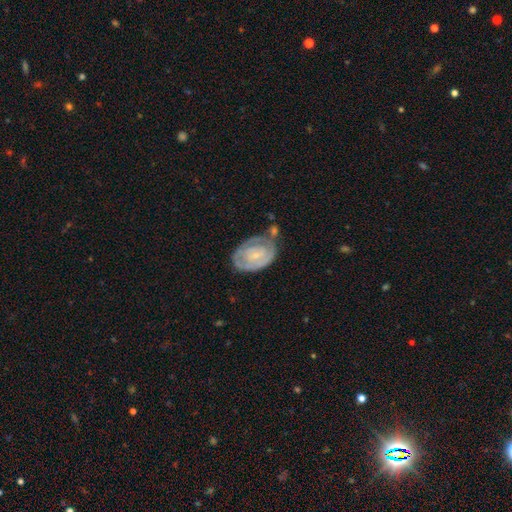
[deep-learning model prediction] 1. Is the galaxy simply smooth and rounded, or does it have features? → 73% featured or disk, 21% smooth, 6% star or artifact.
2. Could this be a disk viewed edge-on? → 97% no, 3% yes.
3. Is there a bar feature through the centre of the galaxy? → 64% no, 30% weak, 7% strong.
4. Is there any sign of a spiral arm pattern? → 82% yes, 18% no.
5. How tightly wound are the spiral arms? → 72% tight, 22% medium, 7% loose.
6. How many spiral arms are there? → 39% can't tell, 35% 2, 13% 1, 8% 3, 3% 4, 2% more than 4.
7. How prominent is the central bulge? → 76% small, 17% moderate, 5% none, 1% large, 1% dominant.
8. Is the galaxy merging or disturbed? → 50% none, 26% minor disturbance, 13% major disturbance, 11% merger.